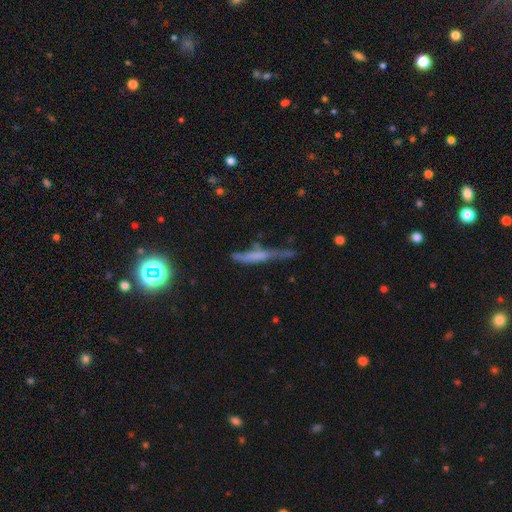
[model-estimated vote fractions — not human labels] This appears to be a smooth galaxy with no disk features (45%). Merging: none (41%).